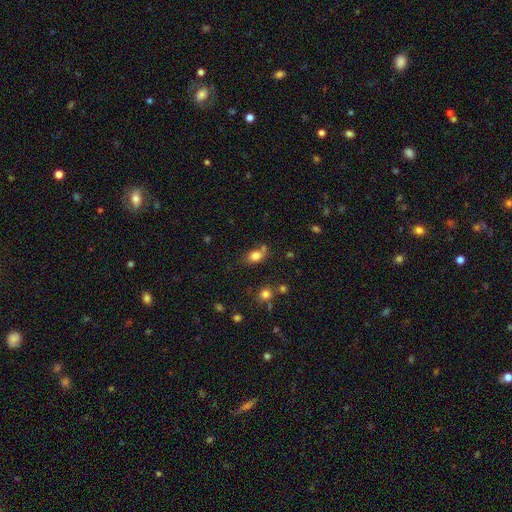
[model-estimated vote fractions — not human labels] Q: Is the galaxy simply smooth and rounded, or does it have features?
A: smooth — 80%.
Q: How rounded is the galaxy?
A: in between — 70%.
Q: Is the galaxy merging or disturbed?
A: none — 58%.